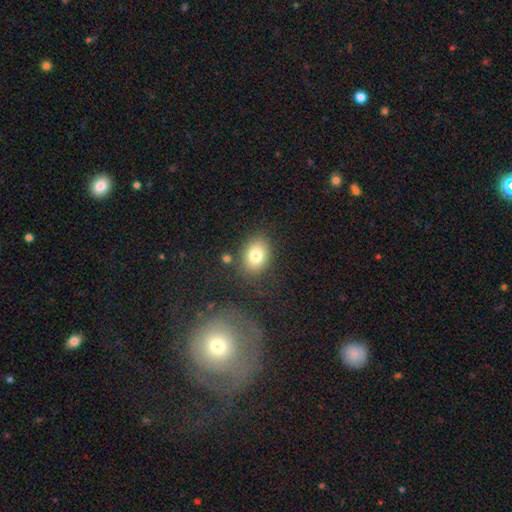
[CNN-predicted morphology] Smooth or featured?
  - smooth: 80% *
  - featured or disk: 10%
  - star or artifact: 10%
How rounded?
  - in between: 66% *
  - round: 33%
  - cigar-shaped: 1%
Merging?
  - none: 80% *
  - minor disturbance: 11%
  - merger: 4%
  - major disturbance: 4%